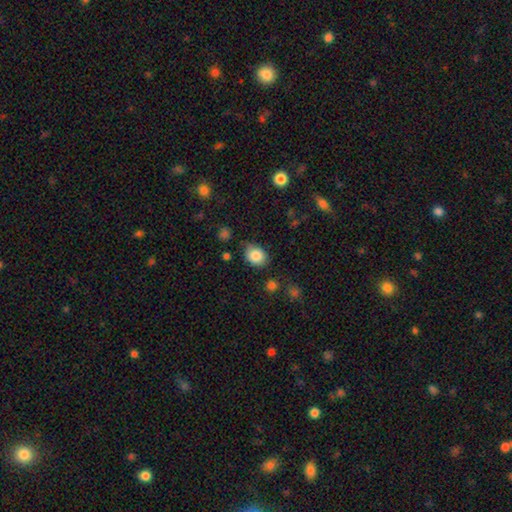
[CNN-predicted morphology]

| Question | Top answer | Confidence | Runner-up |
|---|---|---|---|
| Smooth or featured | smooth | 85% | star or artifact (9%) |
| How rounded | in between | 51% | round (48%) |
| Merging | none | 75% | minor disturbance (18%) |